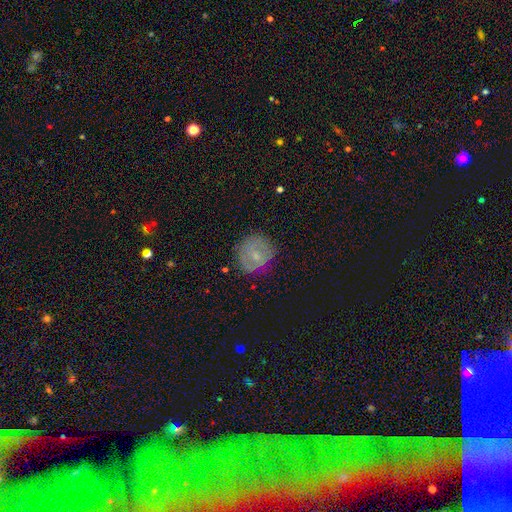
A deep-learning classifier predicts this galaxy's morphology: Smooth or featured? Predicted: smooth (p=0.48). Merging? Predicted: none (p=0.79).